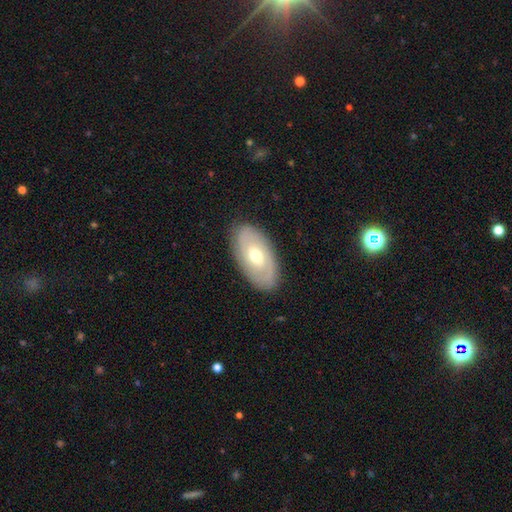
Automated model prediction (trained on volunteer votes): Smooth or featured: featured or disk — 57% (smooth — 37%)
Edge-on disk: no — 89% (yes — 11%)
Bar: no — 66% (weak — 27%)
Spiral arms: yes — 60% (no — 40%)
Bulge size: moderate — 69% (small — 23%)
Merging: none — 85% (minor disturbance — 11%)